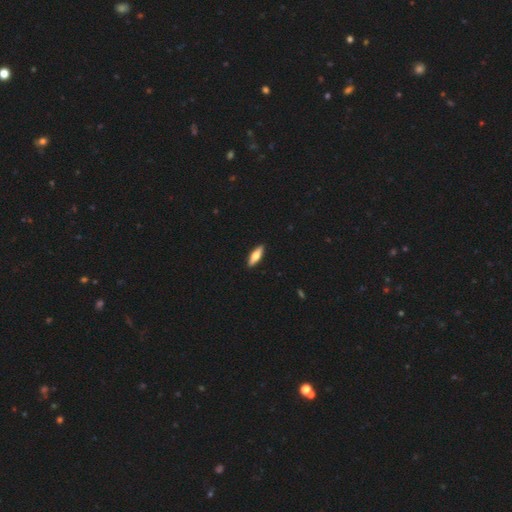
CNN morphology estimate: smooth 60%, featured or disk 34%, star or artifact 6%. Down the decision tree: how rounded — cigar-shaped (53%); merging — none (91%).